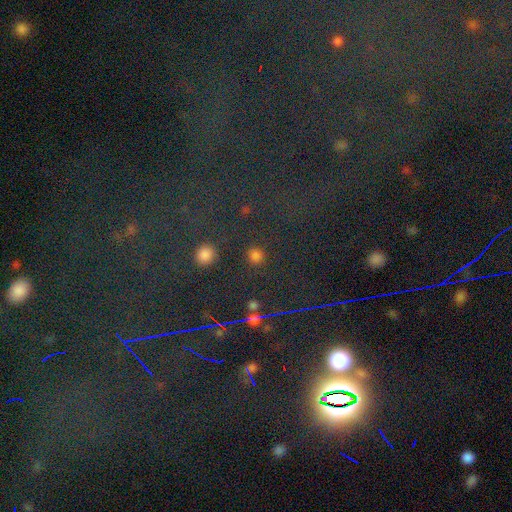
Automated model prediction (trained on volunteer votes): The model was most divided on "smooth or featured": smooth: 69%, star or artifact: 25%, featured or disk: 5%. More confident: how rounded — round (89%); merging — none (87%).